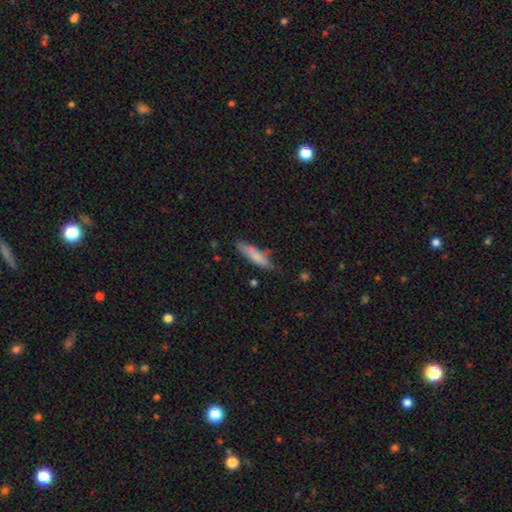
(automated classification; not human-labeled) Overall: smooth (79%). How rounded: cigar-shaped (72%). Merging: none (68%).